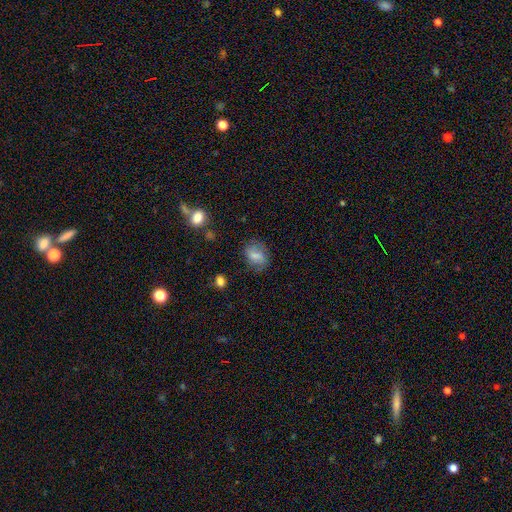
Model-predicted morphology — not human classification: A smooth galaxy with no disk features (67%) that is in between round and cigar-shaped (71%). Merging: none (70%).